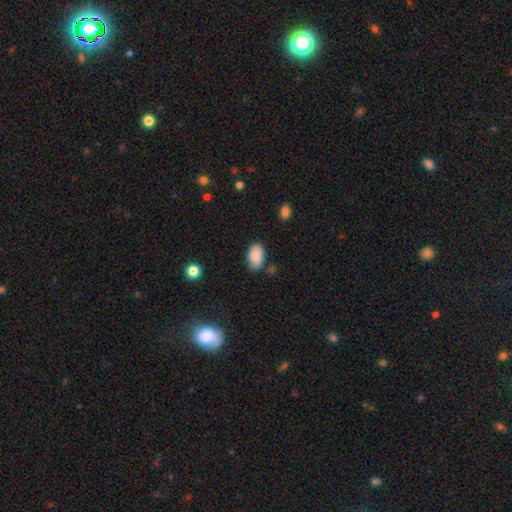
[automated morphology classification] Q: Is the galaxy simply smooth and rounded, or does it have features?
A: smooth — 86%.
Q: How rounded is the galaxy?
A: in between — 92%.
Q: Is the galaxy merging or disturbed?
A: none — 73%.